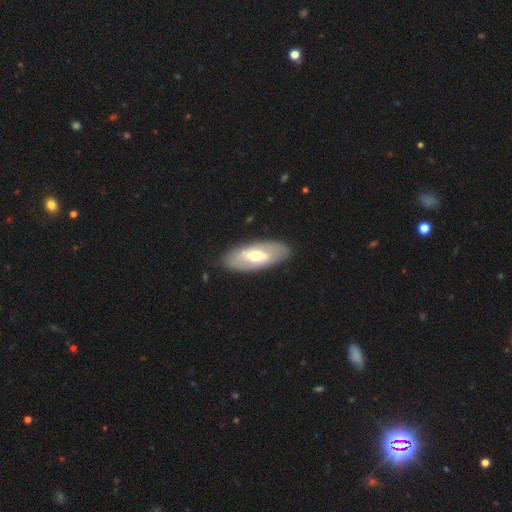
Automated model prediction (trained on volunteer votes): The model was most divided on "smooth or featured": featured or disk: 56%, smooth: 39%, star or artifact: 5%. More confident: merging — none (85%); edge-on disk — no (82%).